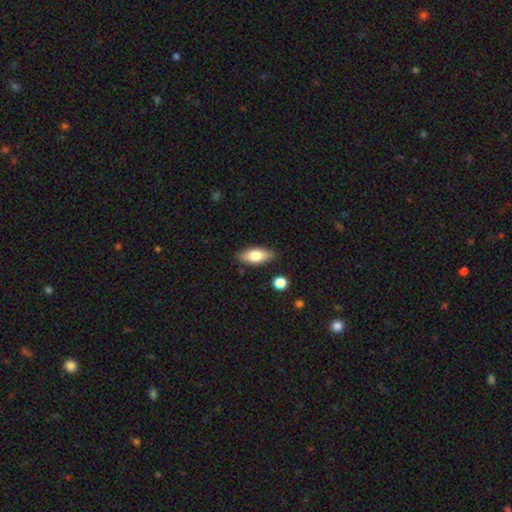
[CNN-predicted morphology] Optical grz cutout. It shows a smooth galaxy with no disk features (76%) that is in between round and cigar-shaped (83%). Merging: none (85%).